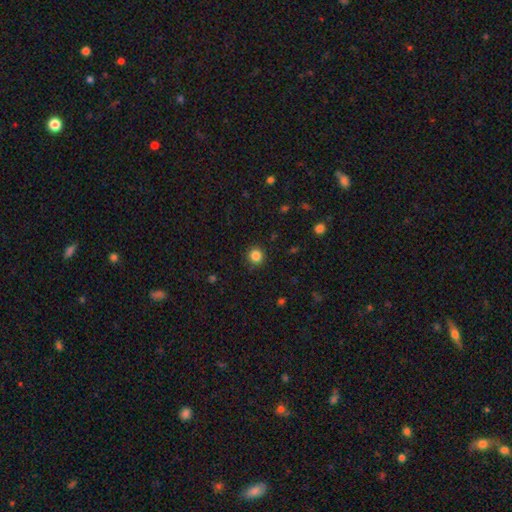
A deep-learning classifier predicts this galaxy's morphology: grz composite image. It shows a smooth galaxy with no disk features (85%) that is round (94%). Merging: none (91%).